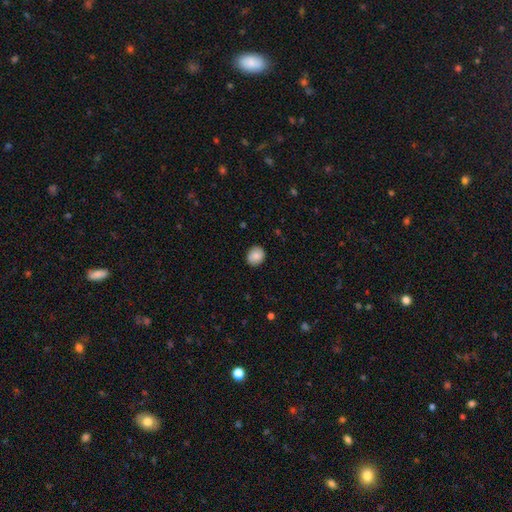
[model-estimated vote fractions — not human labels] Overall: smooth (86%). How rounded: round (72%). Merging: none (86%).